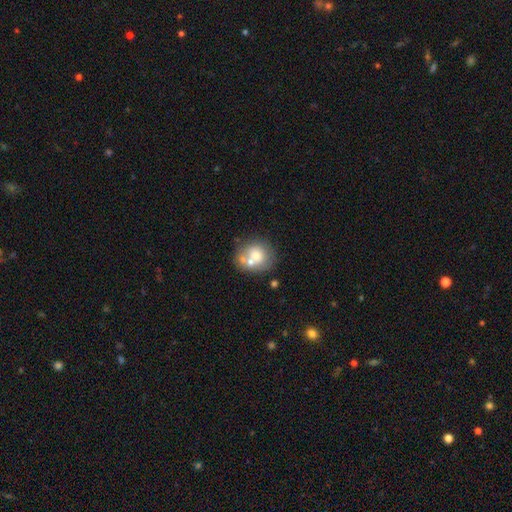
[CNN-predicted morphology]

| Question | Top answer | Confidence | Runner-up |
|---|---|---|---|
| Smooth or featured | smooth | 64% | featured or disk (27%) |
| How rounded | round | 78% | in between (22%) |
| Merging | none | 46% | merger (36%) |